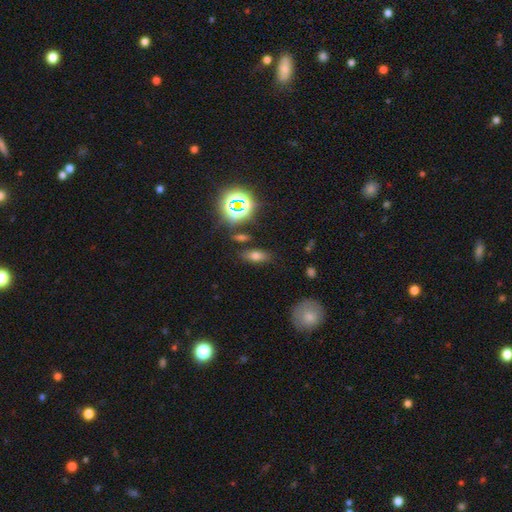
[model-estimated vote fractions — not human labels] smooth_or_featured: smooth (p=0.65) [alt: star or artifact p=0.23]
how_rounded: in between (p=0.79) [alt: cigar-shaped p=0.11]
merging: none (p=0.81) [alt: minor disturbance p=0.11]